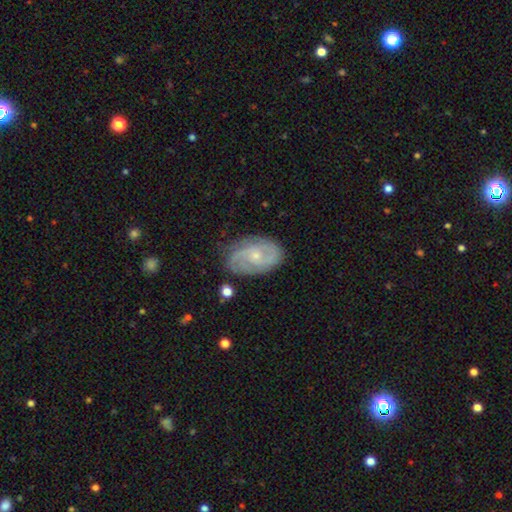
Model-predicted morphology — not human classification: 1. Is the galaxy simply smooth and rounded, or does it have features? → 79% featured or disk, 15% smooth, 6% star or artifact.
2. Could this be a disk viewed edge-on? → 97% no, 3% yes.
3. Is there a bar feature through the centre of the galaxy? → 66% no, 29% weak, 4% strong.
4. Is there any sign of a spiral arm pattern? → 94% yes, 6% no.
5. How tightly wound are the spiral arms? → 49% tight, 39% medium, 12% loose.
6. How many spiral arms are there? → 45% 2, 22% can't tell, 19% 3, 5% 4, 4% 1, 4% more than 4.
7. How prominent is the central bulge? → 70% small, 26% moderate, 2% none, 1% large, 1% dominant.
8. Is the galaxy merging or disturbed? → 75% none, 18% minor disturbance, 5% major disturbance, 2% merger.